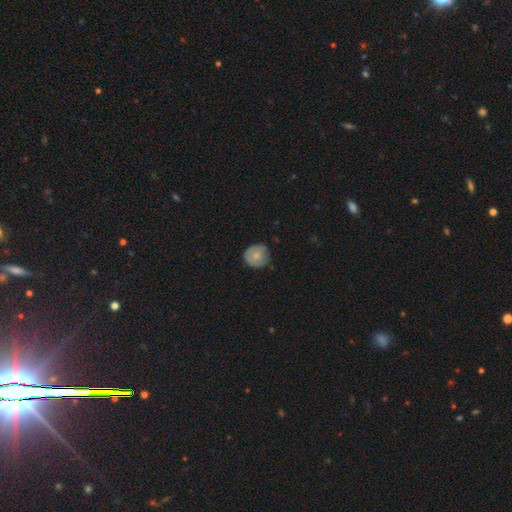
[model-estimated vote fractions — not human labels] This appears to be a smooth galaxy with no disk features (69%) that is round (89%). Merging: none (75%).